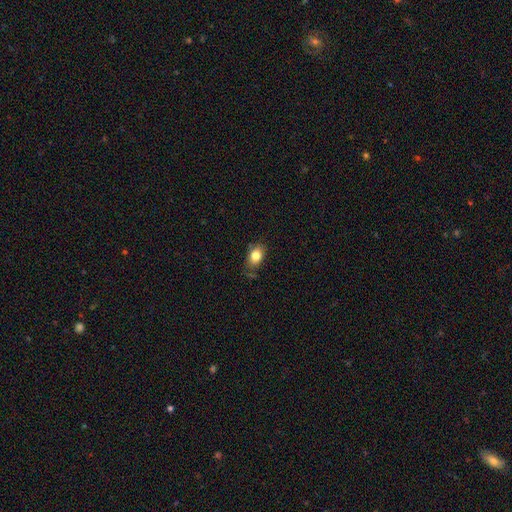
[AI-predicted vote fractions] A smooth galaxy with no disk features (81%) that is in between round and cigar-shaped (82%). Merging: none (72%).